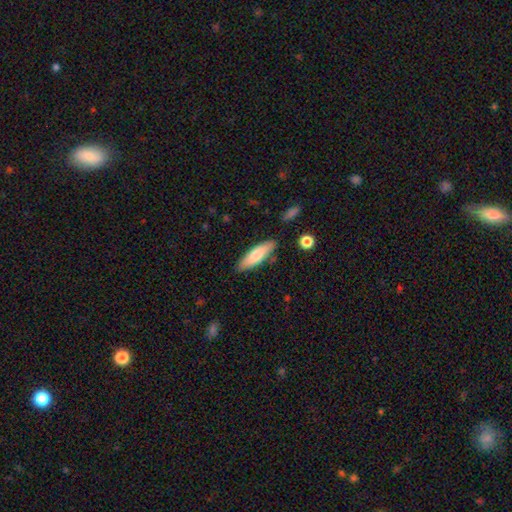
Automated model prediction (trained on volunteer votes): Smooth or featured? smooth (76%)
How rounded? cigar-shaped (52%)
Merging? none (82%)